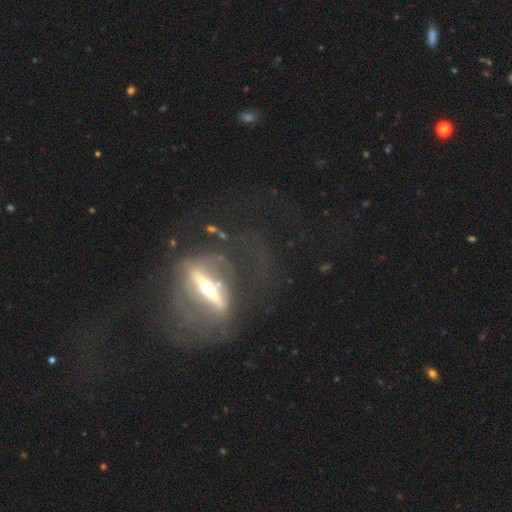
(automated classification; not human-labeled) Smooth or featured?
  - featured or disk: 79% *
  - smooth: 12%
  - star or artifact: 9%
Edge-on disk?
  - no: 51% *
  - yes: 49%
Merging?
  - none: 46% *
  - major disturbance: 36%
  - minor disturbance: 15%
  - merger: 4%